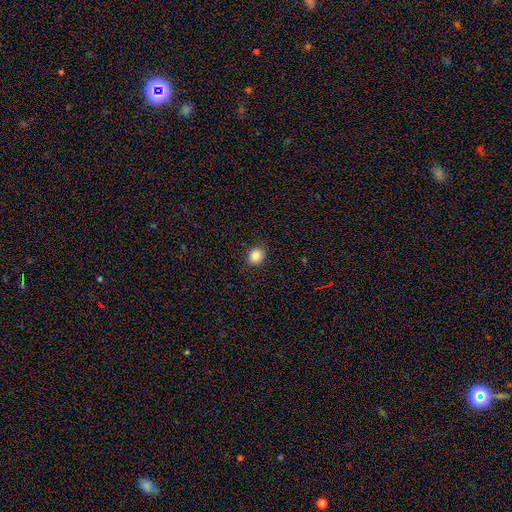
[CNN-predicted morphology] Q: Smooth or featured?
A: smooth (86%); runner-up: star or artifact (10%)
Q: How rounded?
A: round (65%); runner-up: in between (35%)
Q: Merging?
A: none (87%); runner-up: minor disturbance (10%)